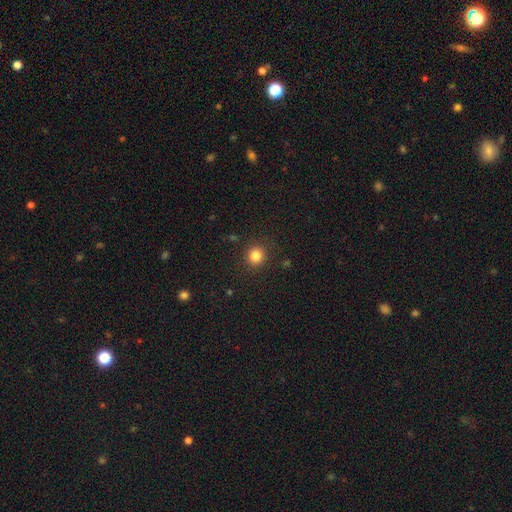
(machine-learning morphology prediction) Smooth or featured? smooth (83%)
How rounded? round (90%)
Merging? none (89%)